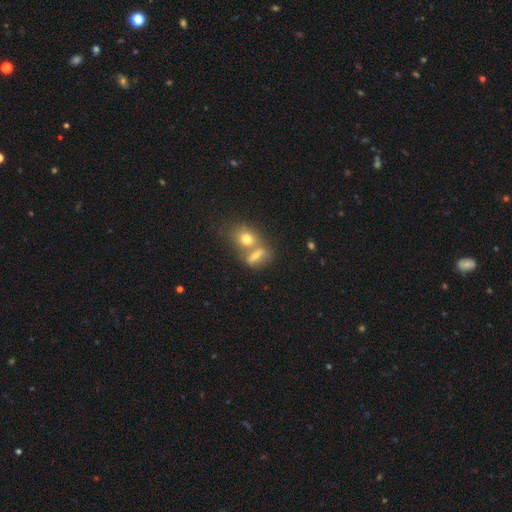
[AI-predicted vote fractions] A smooth galaxy with no disk features (63%) that is in between round and cigar-shaped (62%). Merging: merger (54%).